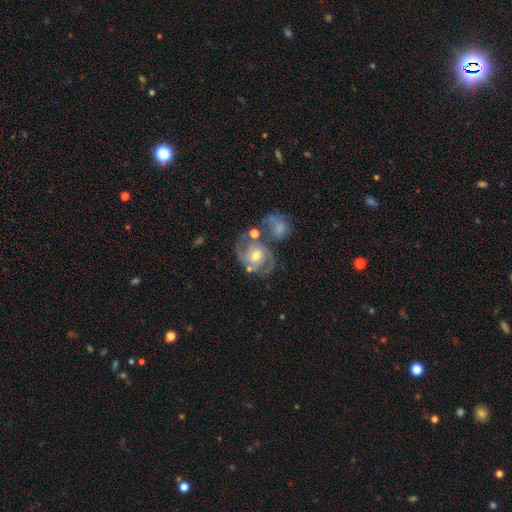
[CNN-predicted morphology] Smooth or featured?
  - featured or disk: 80% *
  - smooth: 14%
  - star or artifact: 6%
Edge-on disk?
  - no: 98% *
  - yes: 2%
Bar?
  - no: 58% *
  - weak: 34%
  - strong: 8%
Spiral arms?
  - yes: 91% *
  - no: 9%
Spiral winding?
  - medium: 45% *
  - tight: 42%
  - loose: 13%
Spiral arm count?
  - 2: 65% *
  - can't tell: 15%
  - 3: 11%
  - 1: 4%
  - 4: 3%
  - more than 4: 2%
Bulge size?
  - moderate: 63% *
  - small: 29%
  - large: 6%
  - none: 2%
  - dominant: 1%
Merging?
  - none: 44% *
  - merger: 26%
  - minor disturbance: 17%
  - major disturbance: 14%